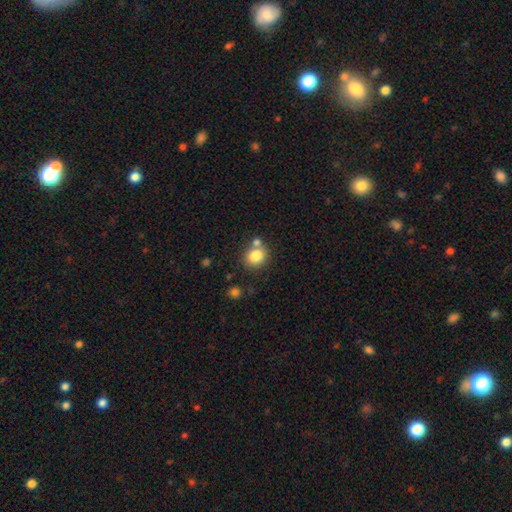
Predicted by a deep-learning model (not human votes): Smooth or featured?
  - smooth: 82% *
  - star or artifact: 10%
  - featured or disk: 8%
How rounded?
  - round: 75% *
  - in between: 24%
  - cigar-shaped: 1%
Merging?
  - none: 64% *
  - merger: 22%
  - minor disturbance: 10%
  - major disturbance: 4%